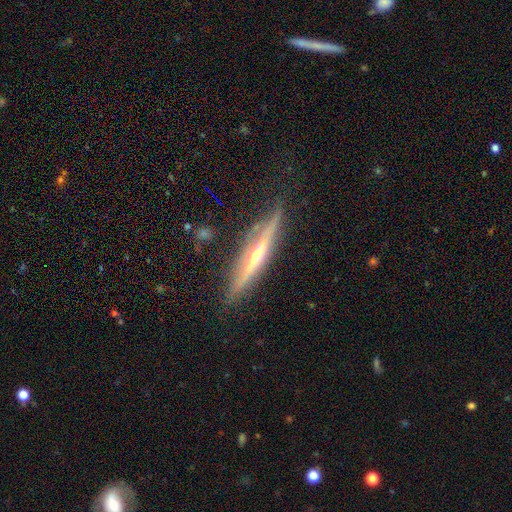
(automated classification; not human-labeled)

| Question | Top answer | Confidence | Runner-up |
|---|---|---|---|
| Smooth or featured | featured or disk | 79% | smooth (15%) |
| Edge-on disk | yes | 96% | no (4%) |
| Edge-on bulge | rounded | 84% | none (12%) |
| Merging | none | 81% | minor disturbance (14%) |